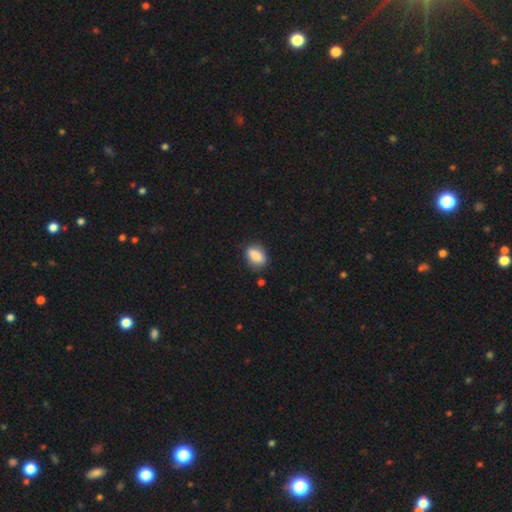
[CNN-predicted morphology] Smooth or featured? smooth (86%)
How rounded? in between (83%)
Merging? none (77%)